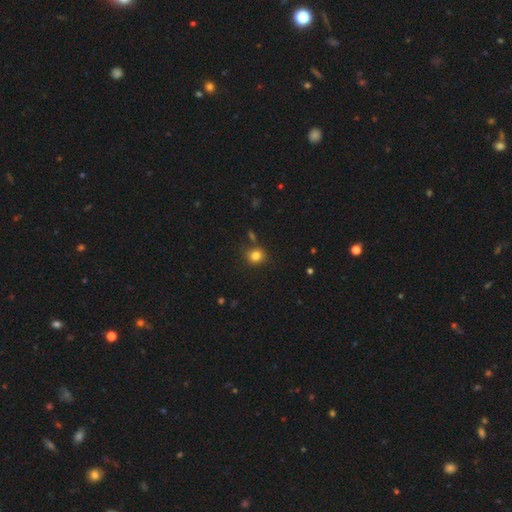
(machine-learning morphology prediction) A smooth galaxy with no disk features (82%) that is round (77%).

Vote fractions:
- Smooth or featured? smooth: 82% / star or artifact: 12% / featured or disk: 6%
- How rounded? round: 77% / in between: 22% / cigar-shaped: 1%
- Merging? none: 79% / minor disturbance: 12% / merger: 6% / major disturbance: 3%